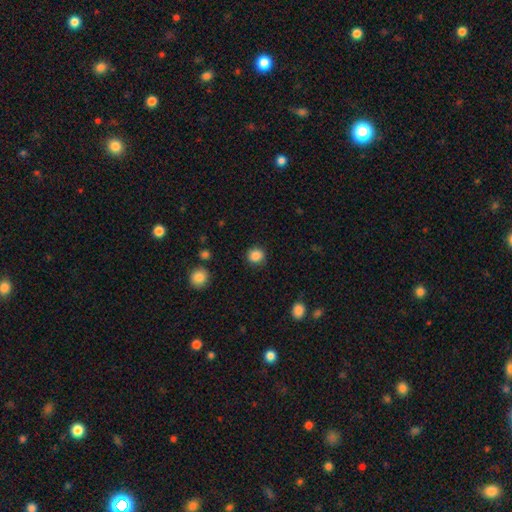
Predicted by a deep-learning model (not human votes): smooth 86%, star or artifact 10%, featured or disk 3%. Down the decision tree: how rounded — round (89%); merging — none (88%).